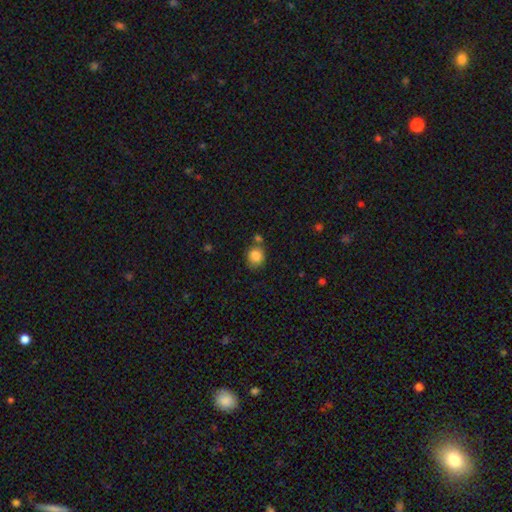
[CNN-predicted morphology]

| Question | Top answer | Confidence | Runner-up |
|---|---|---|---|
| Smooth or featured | smooth | 85% | star or artifact (9%) |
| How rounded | round | 70% | in between (29%) |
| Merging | none | 66% | minor disturbance (15%) |